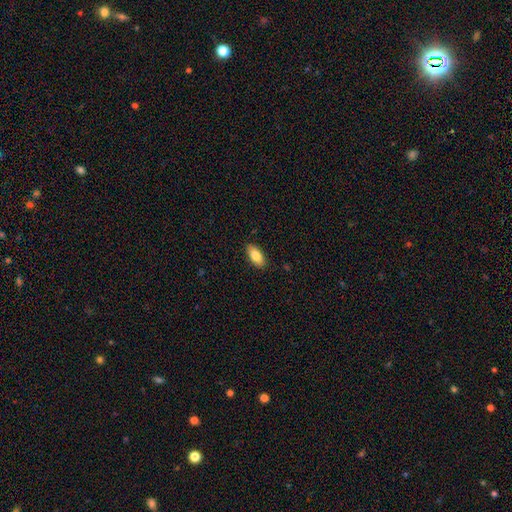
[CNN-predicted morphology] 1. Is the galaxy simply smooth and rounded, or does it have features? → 83% smooth, 10% featured or disk, 7% star or artifact.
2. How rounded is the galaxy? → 90% in between, 7% cigar-shaped, 3% round.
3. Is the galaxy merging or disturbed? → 88% none, 9% minor disturbance, 2% major disturbance, 1% merger.